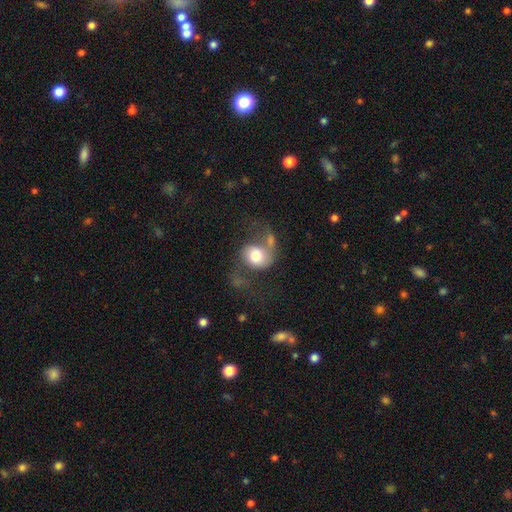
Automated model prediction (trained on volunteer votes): Smooth or featured? Predicted: featured or disk (p=0.49). Merging? Predicted: major disturbance (p=0.34).